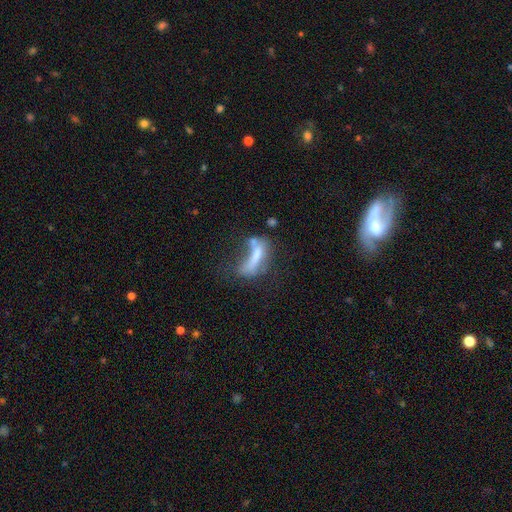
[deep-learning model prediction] smooth 55%, featured or disk 34%, star or artifact 11%. Down the decision tree: how rounded — cigar-shaped (55%); merging — major disturbance (36%).